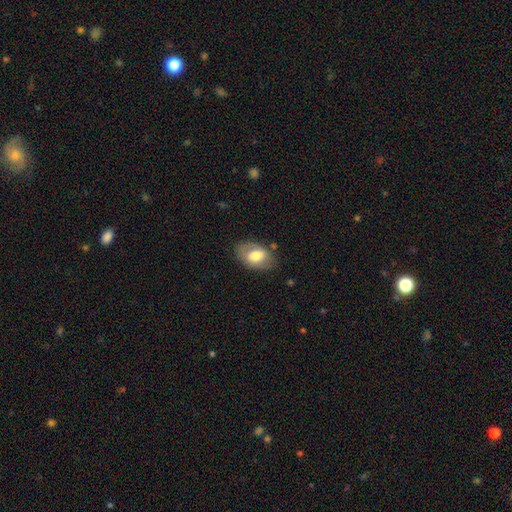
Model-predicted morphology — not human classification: Smooth or featured: smooth — 62% (featured or disk — 31%)
How rounded: in between — 86% (round — 13%)
Merging: none — 74% (minor disturbance — 18%)